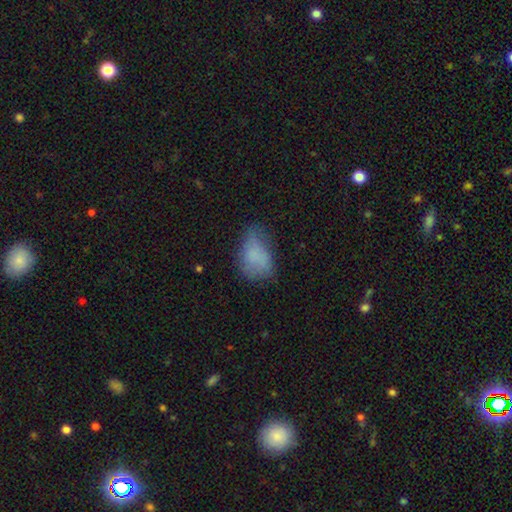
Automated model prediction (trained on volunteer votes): Morphology: type=smooth (72%); roundness=in between (86%); merging=none (39%).